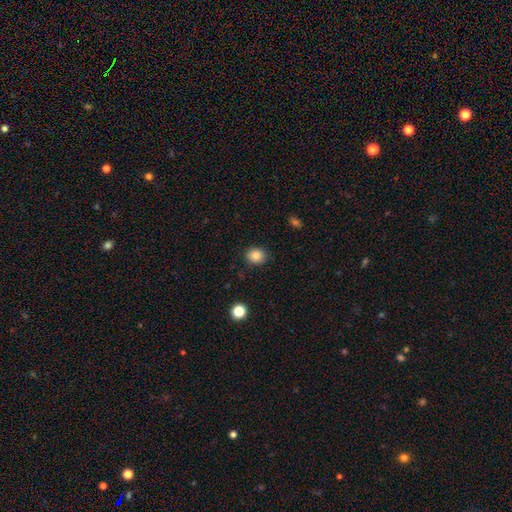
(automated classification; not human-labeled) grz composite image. It shows a smooth galaxy with no disk features (85%) that is round (64%). Merging: none (86%).